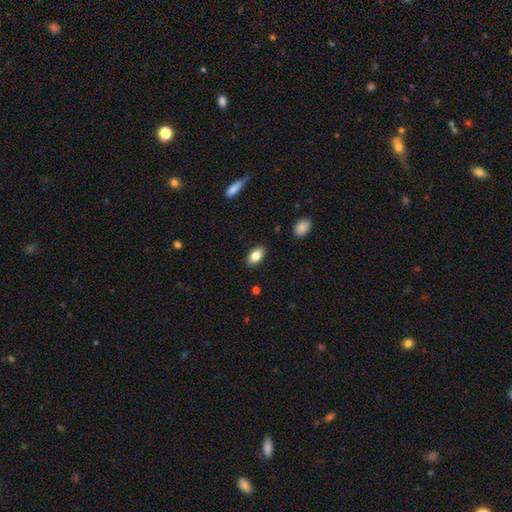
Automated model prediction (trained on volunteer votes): Smooth or featured? Predicted: smooth (p=0.82). How rounded? Predicted: in between (p=0.92). Merging? Predicted: none (p=0.88).